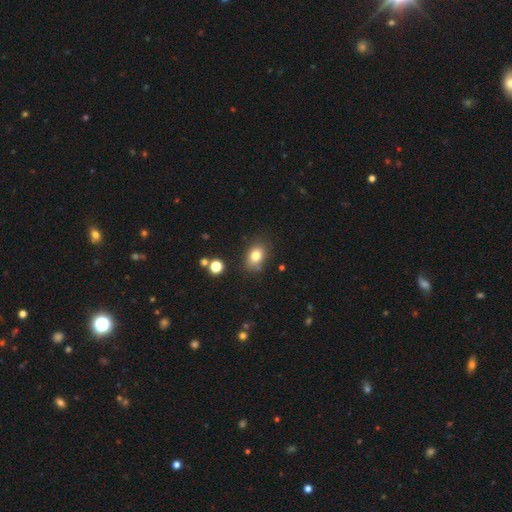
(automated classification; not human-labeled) The model was most divided on "how rounded": in between: 69%, round: 29%, cigar-shaped: 1%. More confident: smooth or featured — smooth (79%); merging — none (78%).